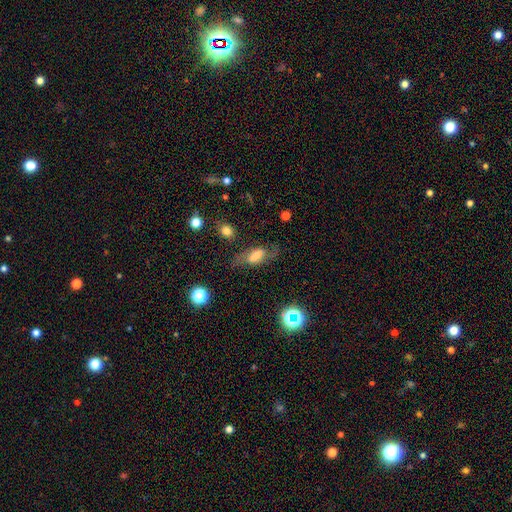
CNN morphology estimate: type=featured or disk (55%); edge-on=no (85%); merging=none (67%).